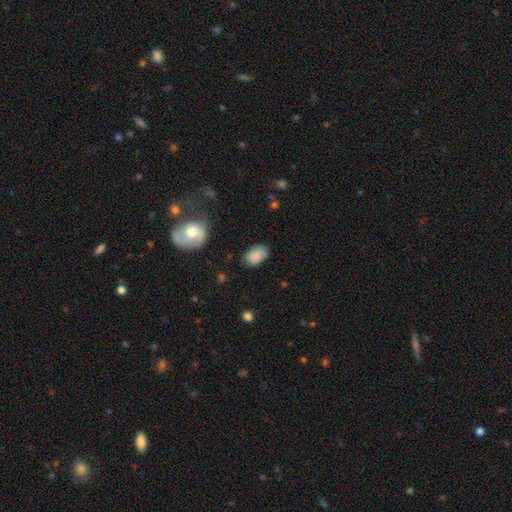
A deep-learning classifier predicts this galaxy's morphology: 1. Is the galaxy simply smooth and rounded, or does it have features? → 83% smooth, 9% featured or disk, 8% star or artifact.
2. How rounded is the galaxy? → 90% in between, 8% round, 1% cigar-shaped.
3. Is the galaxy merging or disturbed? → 72% none, 21% minor disturbance, 5% major disturbance, 2% merger.